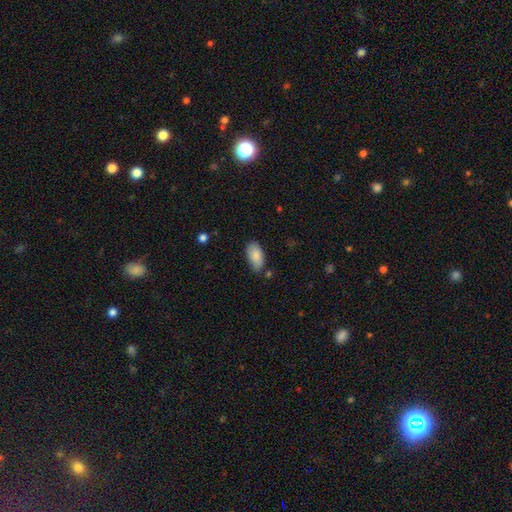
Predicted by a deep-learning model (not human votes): smooth_or_featured: smooth (p=0.86) [alt: featured or disk p=0.08]
how_rounded: in between (p=0.94) [alt: cigar-shaped p=0.03]
merging: none (p=0.70) [alt: minor disturbance p=0.23]